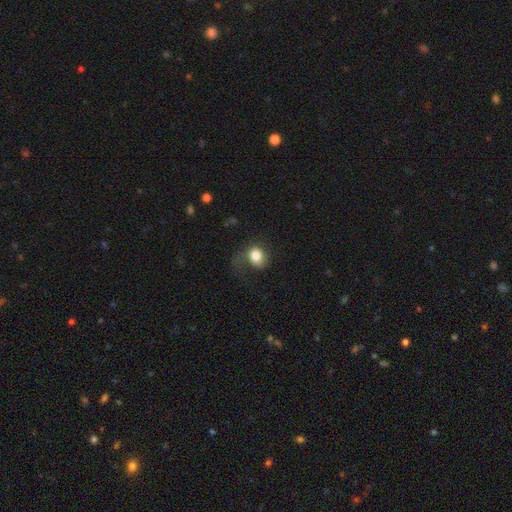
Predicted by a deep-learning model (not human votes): A smooth galaxy with no disk features (76%) that is round (53%).

Vote fractions:
- Smooth or featured? smooth: 76% / featured or disk: 15% / star or artifact: 9%
- How rounded? round: 53% / in between: 46% / cigar-shaped: 1%
- Merging? major disturbance: 37% / none: 36% / minor disturbance: 25% / merger: 3%